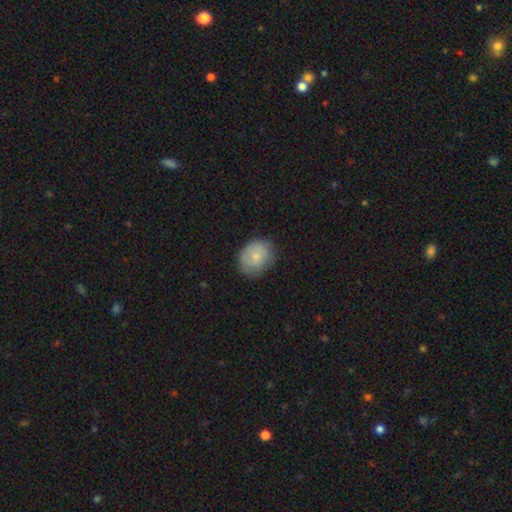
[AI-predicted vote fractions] Smooth or featured? Predicted: smooth (p=0.69). How rounded? Predicted: round (p=0.57). Merging? Predicted: none (p=0.73).